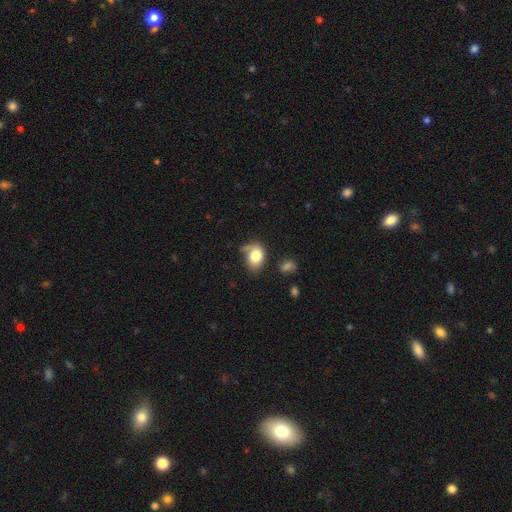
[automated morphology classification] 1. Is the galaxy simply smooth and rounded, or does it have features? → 80% smooth, 12% featured or disk, 9% star or artifact.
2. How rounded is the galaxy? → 70% in between, 29% round, 1% cigar-shaped.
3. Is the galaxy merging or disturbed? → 48% none, 27% minor disturbance, 13% major disturbance, 11% merger.